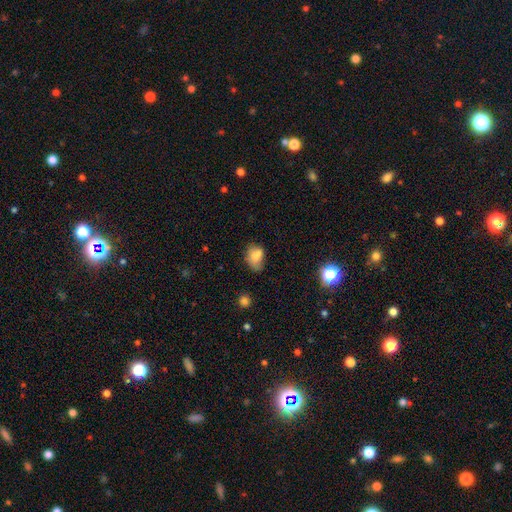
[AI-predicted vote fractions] Q: Smooth or featured?
A: smooth (76%); runner-up: featured or disk (12%)
Q: How rounded?
A: in between (75%); runner-up: round (23%)
Q: Merging?
A: none (45%); runner-up: minor disturbance (29%)